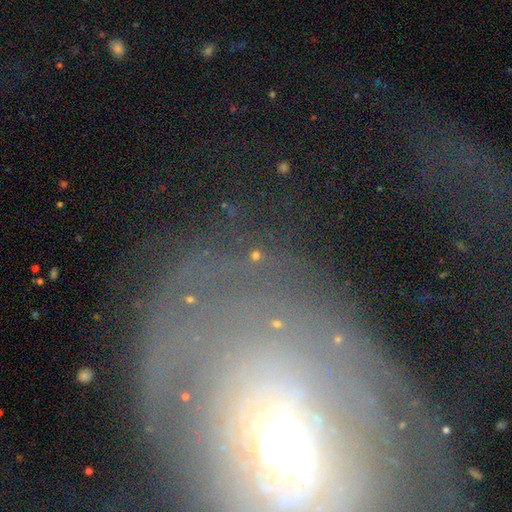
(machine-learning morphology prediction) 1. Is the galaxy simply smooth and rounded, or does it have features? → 55% star or artifact, 34% smooth, 11% featured or disk.